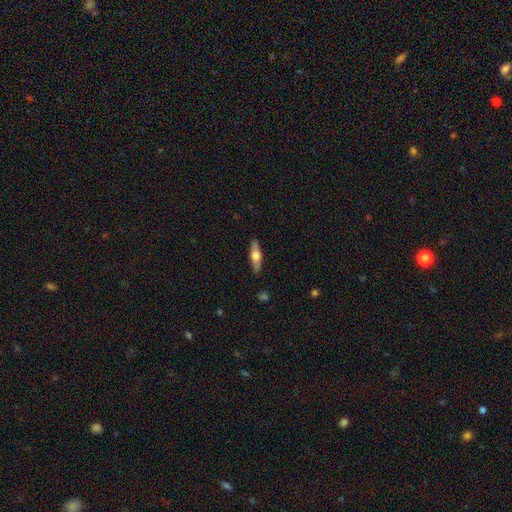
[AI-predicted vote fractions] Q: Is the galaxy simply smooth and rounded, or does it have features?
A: smooth — 49%.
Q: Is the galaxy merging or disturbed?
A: none — 89%.